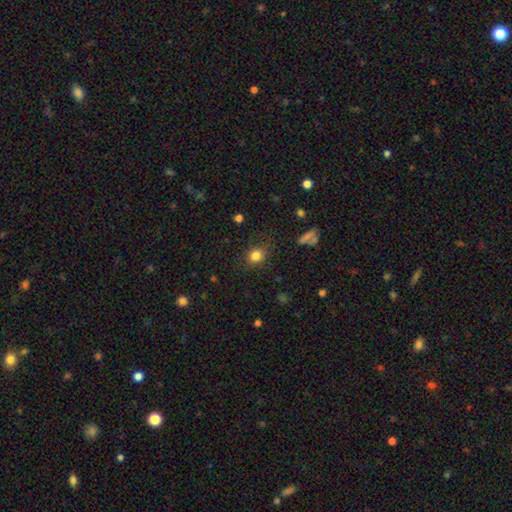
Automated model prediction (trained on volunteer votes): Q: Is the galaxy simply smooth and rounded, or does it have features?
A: smooth — 82%.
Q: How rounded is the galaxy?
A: round — 65%.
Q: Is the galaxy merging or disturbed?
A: none — 81%.